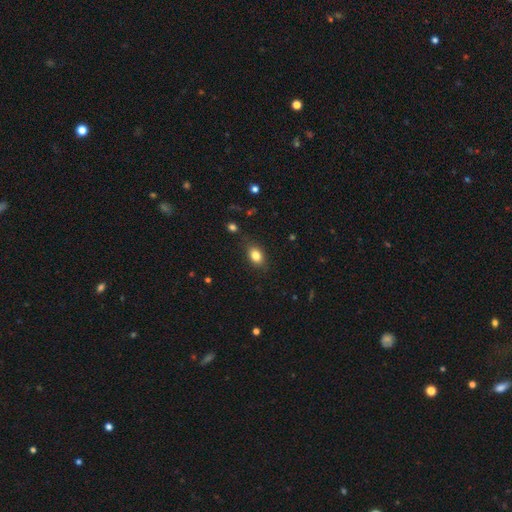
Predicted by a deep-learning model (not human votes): This appears to be a smooth galaxy with no disk features (83%) that is in between round and cigar-shaped (75%). Merging: none (80%).